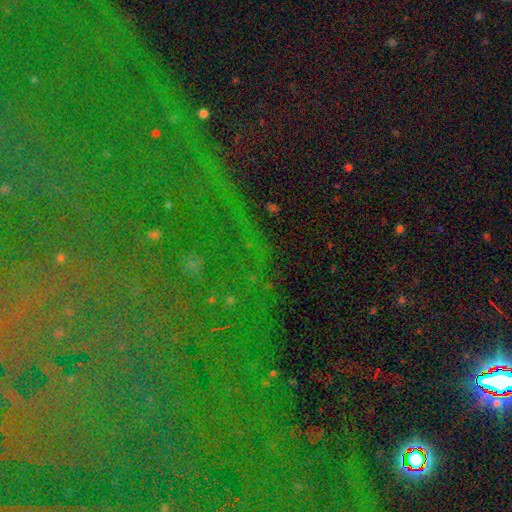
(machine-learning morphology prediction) Smooth or featured?
  - star or artifact: 82% *
  - smooth: 9%
  - featured or disk: 9%